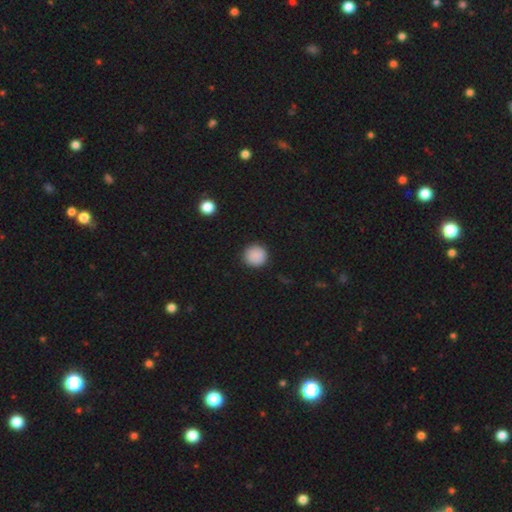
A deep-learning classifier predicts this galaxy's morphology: This appears to be a smooth galaxy with no disk features (89%) that is round (94%). Merging: none (91%).